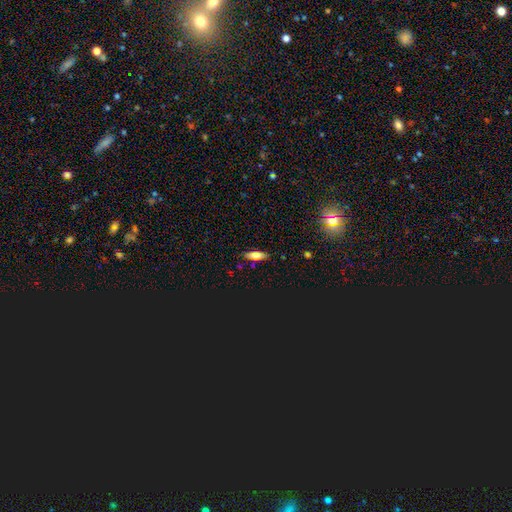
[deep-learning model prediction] A smooth galaxy with no disk features (44%). Merging: none (88%).